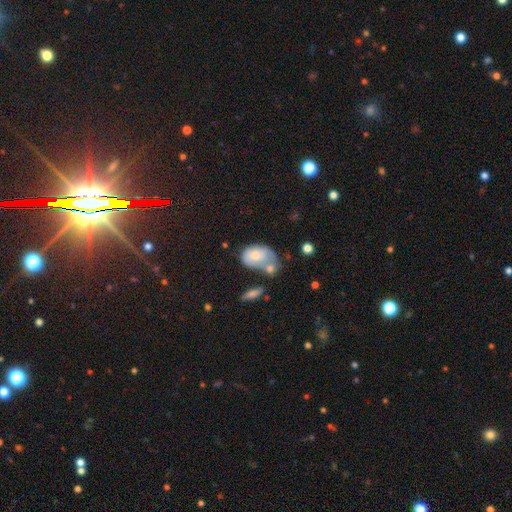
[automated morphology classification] Smooth or featured?
  - smooth: 69% *
  - featured or disk: 24%
  - star or artifact: 7%
How rounded?
  - in between: 86% *
  - round: 13%
  - cigar-shaped: 1%
Merging?
  - merger: 38% *
  - none: 23%
  - minor disturbance: 22%
  - major disturbance: 17%